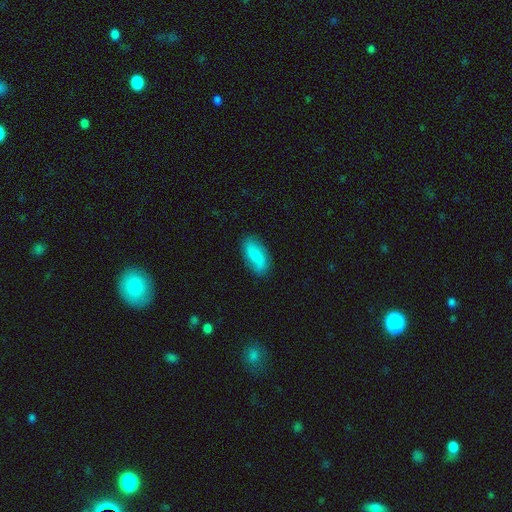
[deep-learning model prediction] Overall: smooth (56%; featured or disk 38%). How rounded: in between (88%). Merging: none (81%).